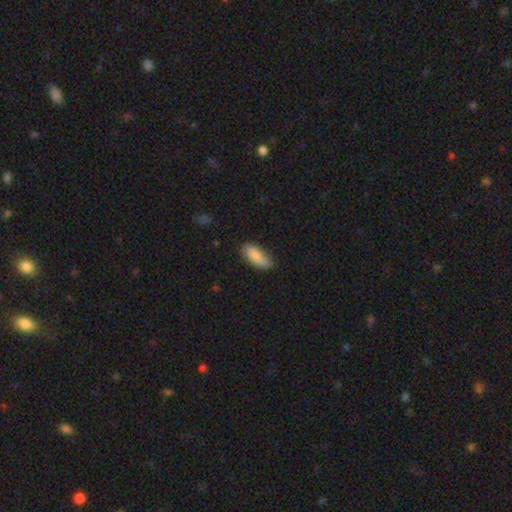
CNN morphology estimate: smooth 85%, featured or disk 9%, star or artifact 6%. Down the decision tree: how rounded — in between (75%); merging — none (74%).